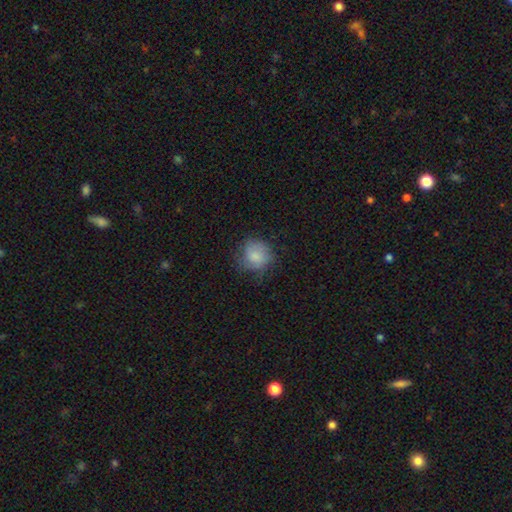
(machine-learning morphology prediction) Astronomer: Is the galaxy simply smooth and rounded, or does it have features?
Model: smooth — 78%.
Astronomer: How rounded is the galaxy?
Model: round — 84%.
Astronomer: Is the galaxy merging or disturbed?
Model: none — 64%.